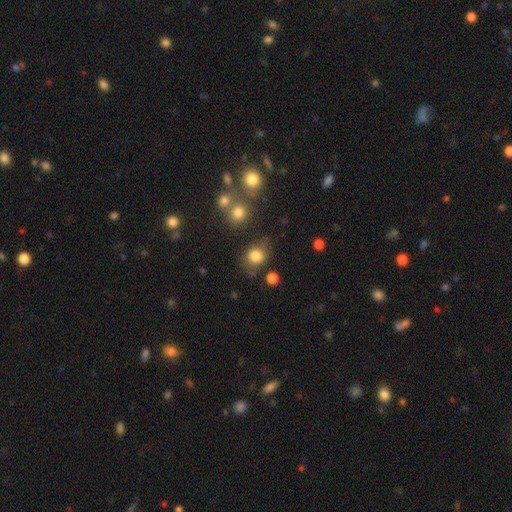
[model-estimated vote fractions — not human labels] Smooth or featured: smooth — 81% (star or artifact — 12%)
How rounded: round — 70% (in between — 29%)
Merging: none — 65% (minor disturbance — 19%)